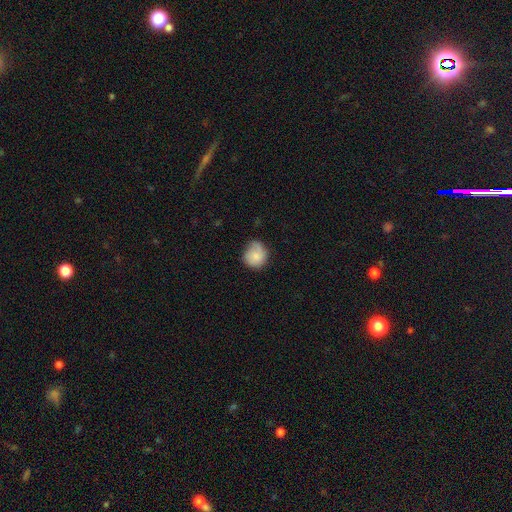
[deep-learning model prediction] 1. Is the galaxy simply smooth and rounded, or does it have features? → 77% smooth, 16% featured or disk, 8% star or artifact.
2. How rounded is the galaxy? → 80% round, 19% in between, 1% cigar-shaped.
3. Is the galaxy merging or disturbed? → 54% none, 34% minor disturbance, 10% major disturbance, 2% merger.